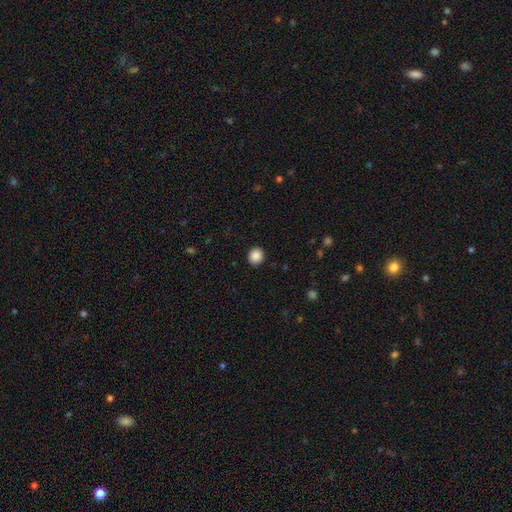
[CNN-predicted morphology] Smooth or featured? Predicted: smooth (p=0.88). How rounded? Predicted: round (p=0.81). Merging? Predicted: none (p=0.91).